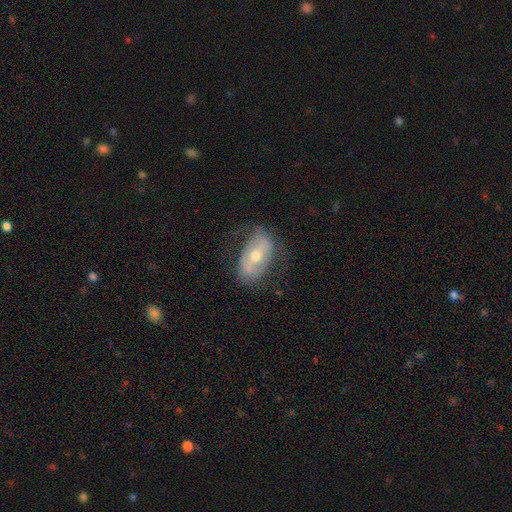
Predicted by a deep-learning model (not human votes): Smooth or featured? Predicted: featured or disk (p=0.61). Edge-on disk? Predicted: no (p=0.90). Bar? Predicted: no (p=0.37). Spiral arms? Predicted: no (p=0.51). Bulge size? Predicted: moderate (p=0.63). Merging? Predicted: none (p=0.63).